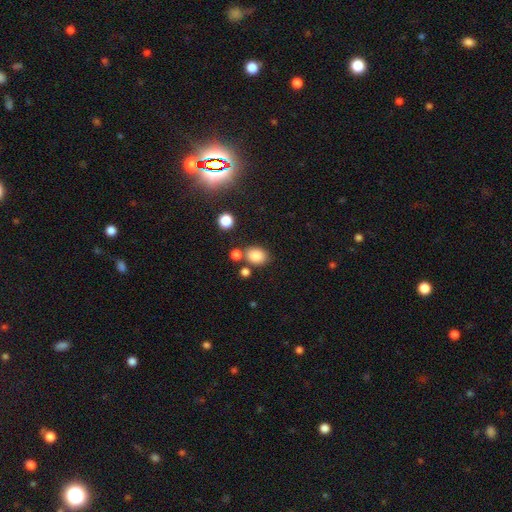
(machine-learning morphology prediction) Smooth or featured: smooth — 84% (star or artifact — 11%)
How rounded: in between — 62% (round — 37%)
Merging: none — 70% (minor disturbance — 13%)